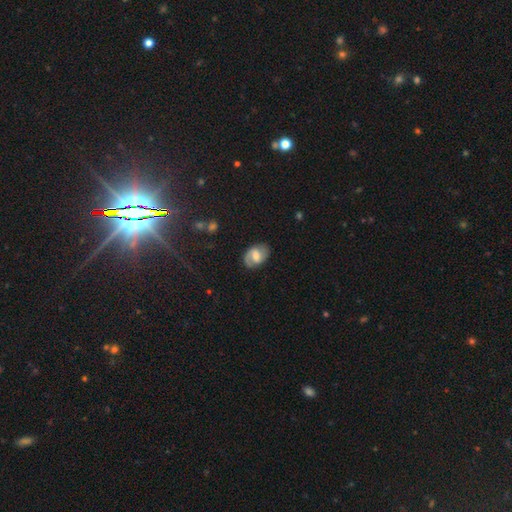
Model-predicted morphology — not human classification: Overall: featured or disk (63%; smooth 31%). Edge-on disk: no (97%). Bar: weak (56%; no 24%). Spiral arms: yes (85%). Spiral arm count: 2 (83%). Spiral winding: medium (46%; tight 29%). Bulge size: moderate (54%; small 23%). Merging: none (79%).